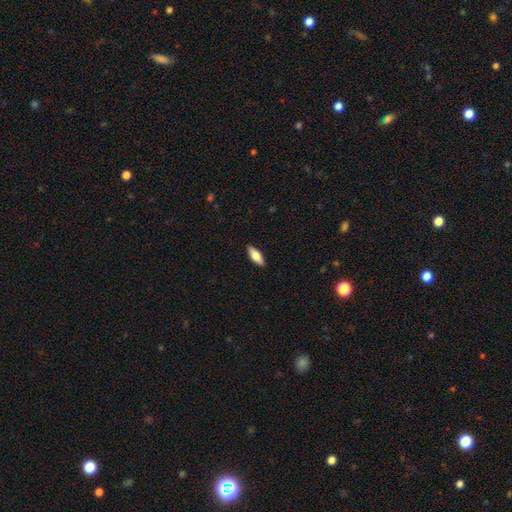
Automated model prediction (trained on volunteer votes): Smooth or featured? Predicted: smooth (p=0.71). How rounded? Predicted: in between (p=0.66). Merging? Predicted: none (p=0.90).